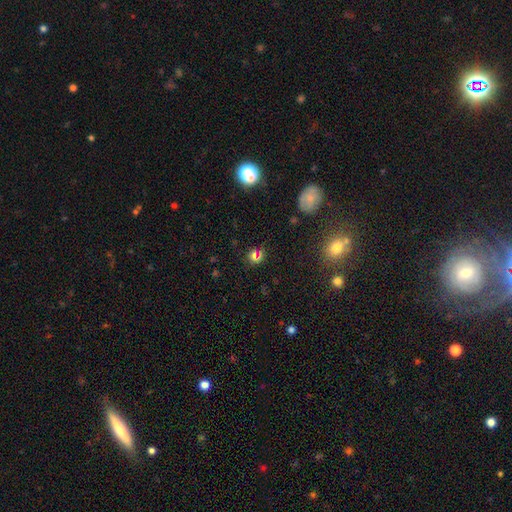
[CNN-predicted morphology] Smooth or featured: smooth — 59% (star or artifact — 28%)
How rounded: round — 76% (in between — 22%)
Merging: none — 64% (minor disturbance — 16%)